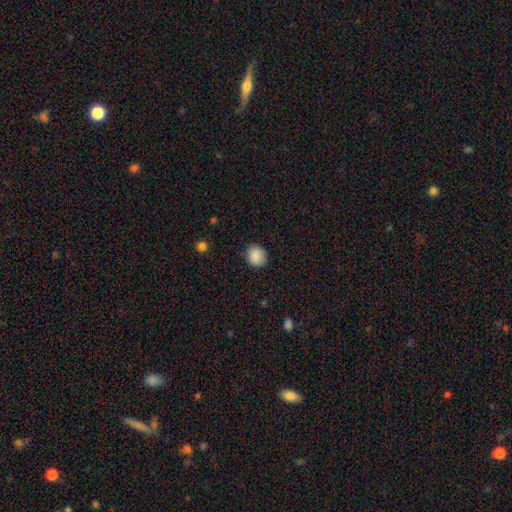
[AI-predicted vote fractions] smooth_or_featured: smooth (p=0.88) [alt: star or artifact p=0.08]
how_rounded: round (p=0.82) [alt: in between p=0.17]
merging: none (p=0.86) [alt: minor disturbance p=0.10]